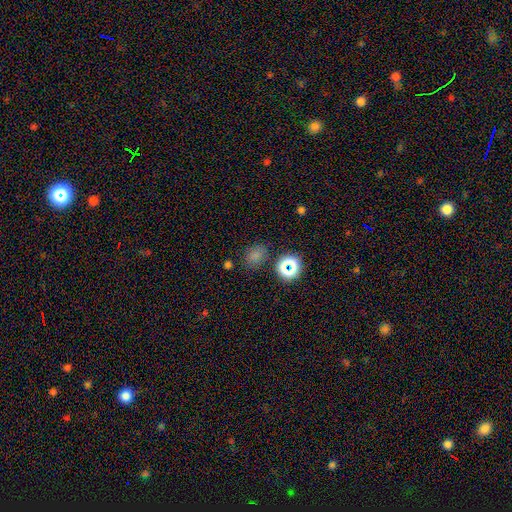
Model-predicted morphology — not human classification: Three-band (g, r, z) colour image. It shows a smooth galaxy with no disk features (71%) that is in between round and cigar-shaped (52%). Merging: none (77%).